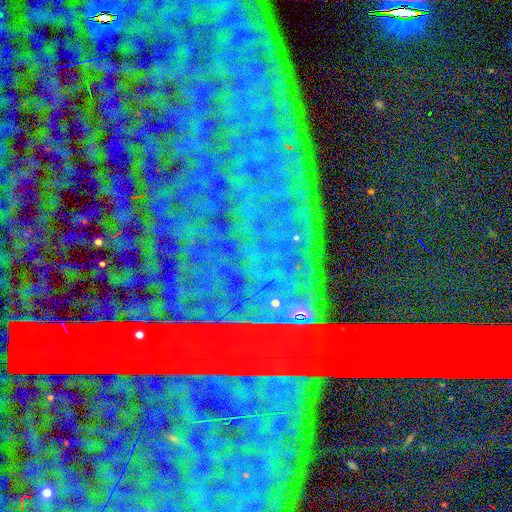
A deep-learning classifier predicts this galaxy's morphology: A star or artifact, not a galaxy (86%).

Vote fractions:
- Smooth or featured? star or artifact: 86% / featured or disk: 7% / smooth: 6%